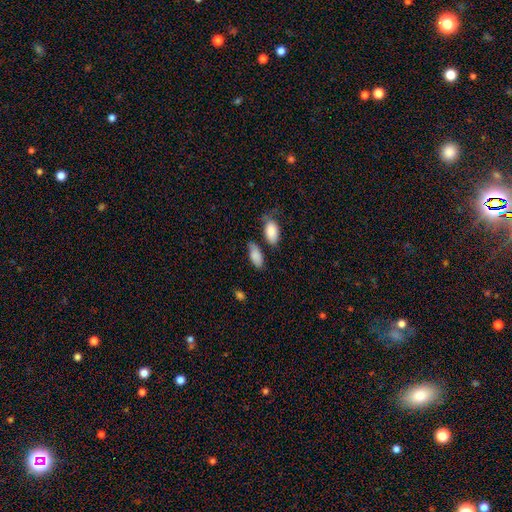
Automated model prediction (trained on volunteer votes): smooth_or_featured: smooth (p=0.85) [alt: featured or disk p=0.08]
how_rounded: in between (p=0.89) [alt: cigar-shaped p=0.08]
merging: none (p=0.59) [alt: minor disturbance p=0.23]